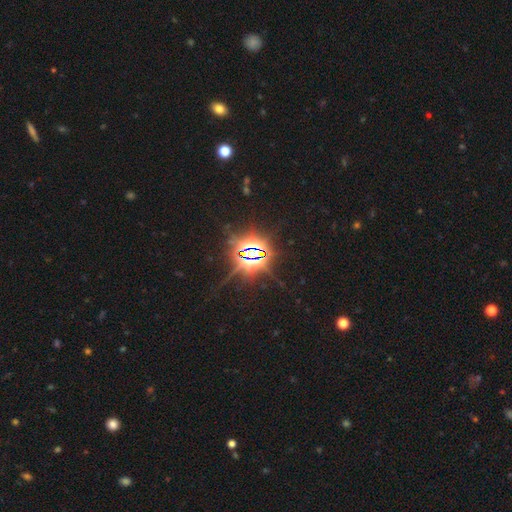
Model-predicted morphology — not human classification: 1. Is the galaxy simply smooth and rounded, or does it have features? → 85% star or artifact, 8% featured or disk, 7% smooth.